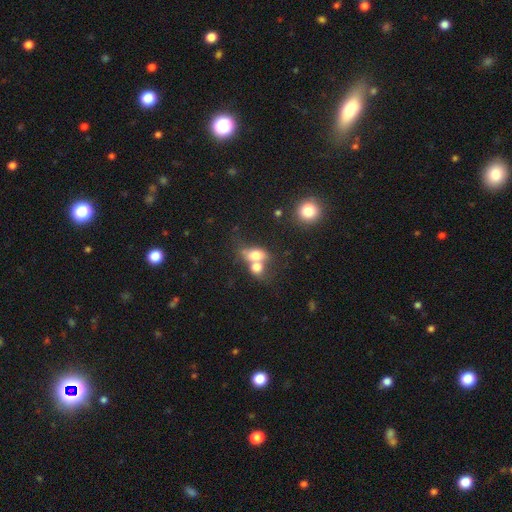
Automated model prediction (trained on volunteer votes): This is likely a smooth galaxy (71%). How rounded: likely in between (66%). Merging: likely merger (69%).